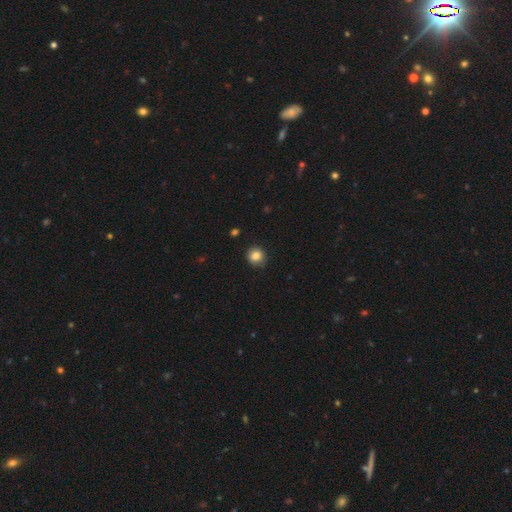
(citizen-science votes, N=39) Smooth or featured? smooth (90%)
How rounded? round (91%)
Merging? none (78%)